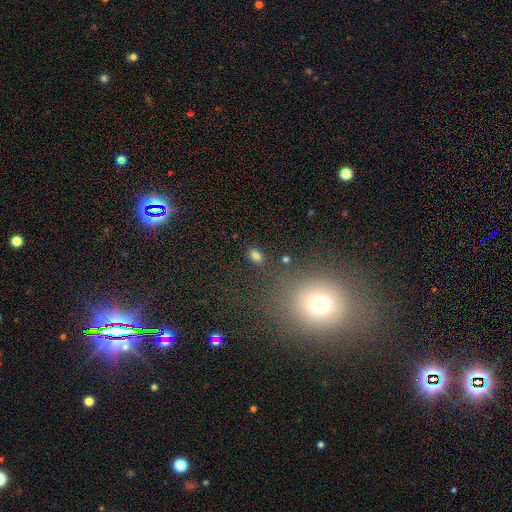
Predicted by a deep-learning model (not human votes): This appears to be a smooth galaxy with no disk features (79%) that is in between round and cigar-shaped (83%). Merging: none (82%).